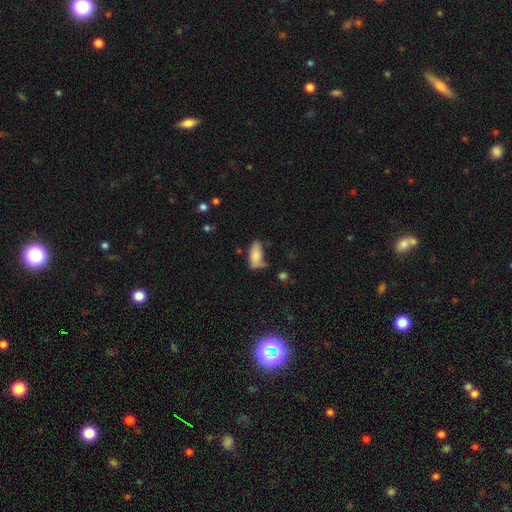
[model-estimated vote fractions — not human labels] The model was most divided on "merging": none: 48%, minor disturbance: 33%, major disturbance: 12%, merger: 7%. More confident: how rounded — in between (88%); smooth or featured — smooth (82%).